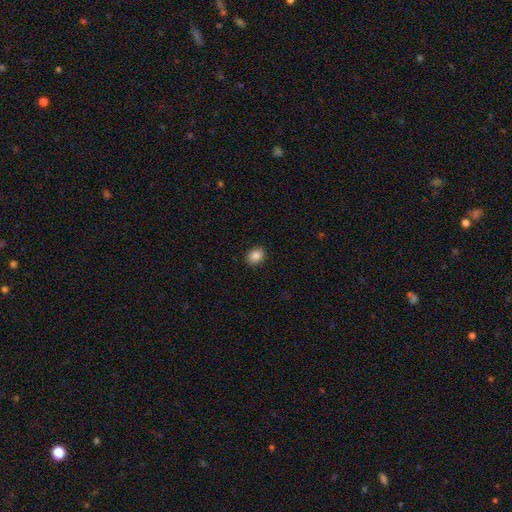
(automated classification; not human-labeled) A smooth galaxy with no disk features (86%) that is in between round and cigar-shaped (57%).

Vote fractions:
- Smooth or featured? smooth: 86% / star or artifact: 9% / featured or disk: 5%
- How rounded? in between: 57% / round: 42% / cigar-shaped: 1%
- Merging? none: 91% / minor disturbance: 6% / major disturbance: 2% / merger: 1%